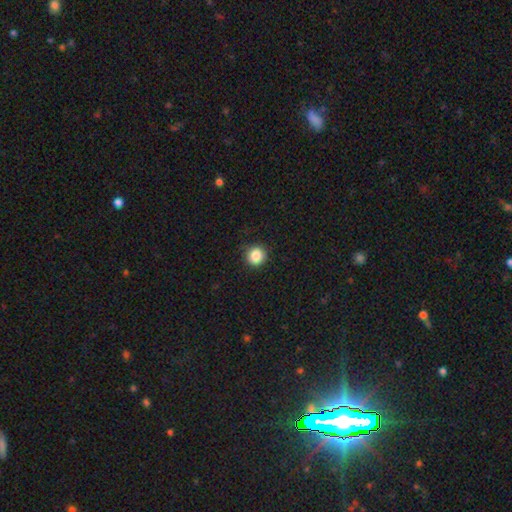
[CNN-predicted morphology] type=smooth (86%); roundness=round (91%); merging=none (88%).